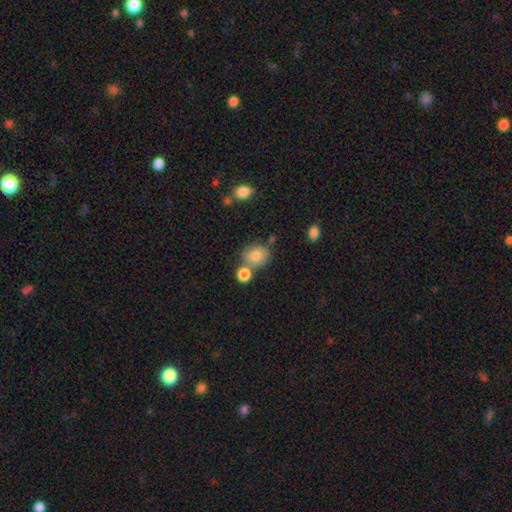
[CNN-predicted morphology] Overall: smooth (80%). How rounded: round (68%; in between 31%). Merging: none (59%; merger 23%).